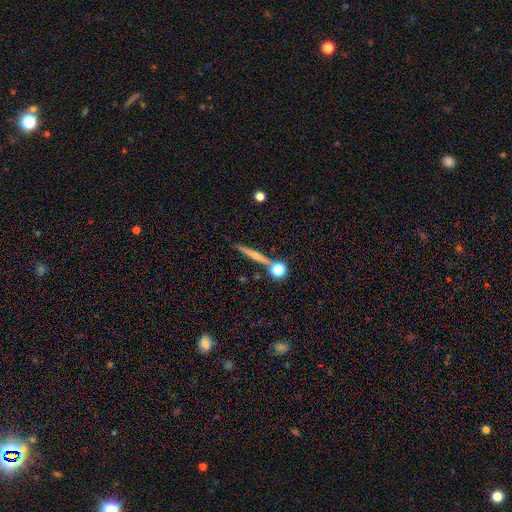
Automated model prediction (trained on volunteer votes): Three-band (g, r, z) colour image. It shows a featured or disk galaxy (64%) viewed edge-on (96%) with a rounded central bulge (78%). Merging: none (81%).